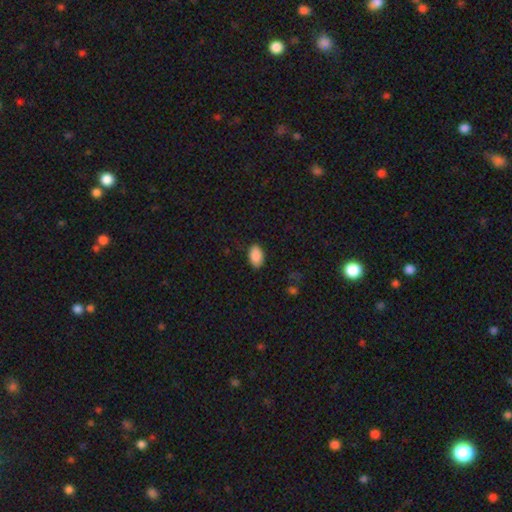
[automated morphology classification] Overall: smooth (90%). How rounded: in between (91%). Merging: none (85%).